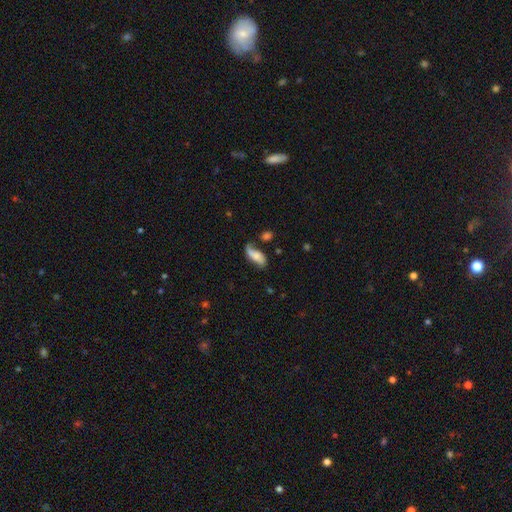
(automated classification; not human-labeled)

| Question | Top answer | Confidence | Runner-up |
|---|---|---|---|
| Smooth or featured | smooth | 57% | featured or disk (35%) |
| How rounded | in between | 84% | cigar-shaped (13%) |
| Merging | none | 45% | minor disturbance (29%) |